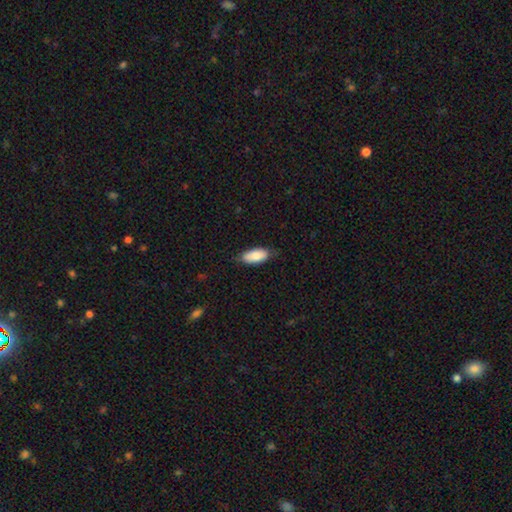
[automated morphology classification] type=smooth (84%); roundness=in between (89%); merging=none (76%).